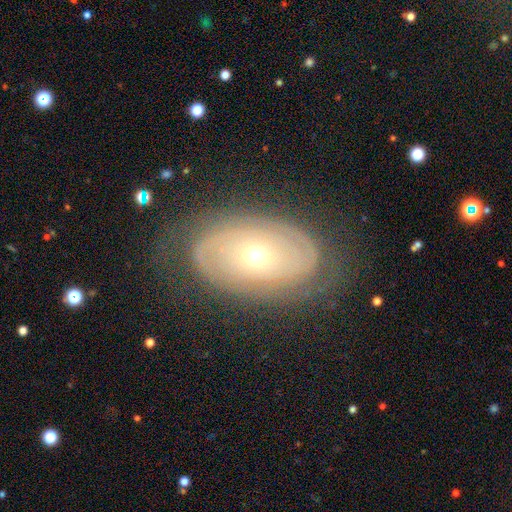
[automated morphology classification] This is likely a featured or disk galaxy (73%). It is clearly not viewed edge-on (93%). Bar: clearly no (82%). Spiral arm pattern: likely yes (78%). Spiral arm count: possibly 2 (53%). Spiral winding: likely tight (68%). Central bulge: possibly moderate (50%). Merging: likely none (78%).